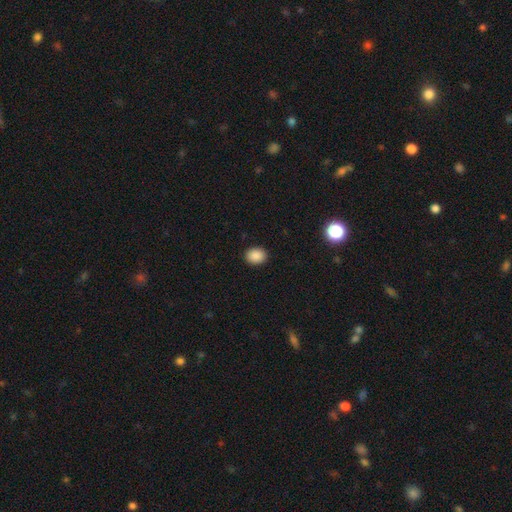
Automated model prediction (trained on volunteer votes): Q: Smooth or featured?
A: smooth (88%); runner-up: star or artifact (9%)
Q: How rounded?
A: in between (50%); runner-up: round (49%)
Q: Merging?
A: none (91%); runner-up: minor disturbance (6%)